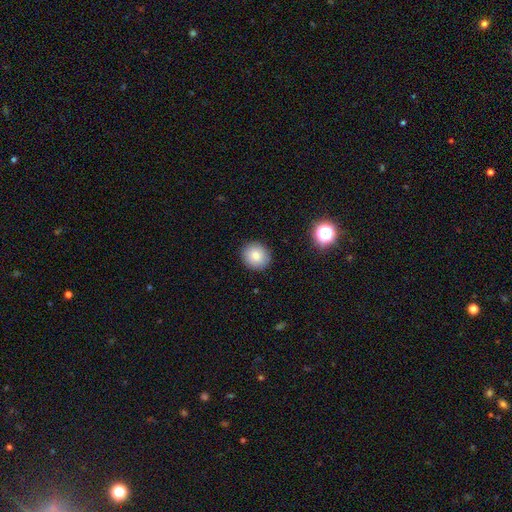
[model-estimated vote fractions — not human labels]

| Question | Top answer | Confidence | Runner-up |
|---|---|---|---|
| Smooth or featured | smooth | 82% | star or artifact (10%) |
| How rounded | round | 85% | in between (14%) |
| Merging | none | 90% | minor disturbance (7%) |